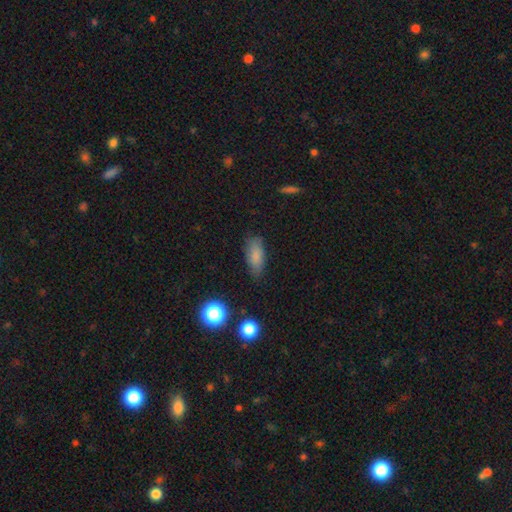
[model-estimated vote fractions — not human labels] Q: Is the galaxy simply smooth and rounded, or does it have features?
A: smooth — 81%.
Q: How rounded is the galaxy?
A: in between — 82%.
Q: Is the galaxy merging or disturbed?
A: none — 75%.